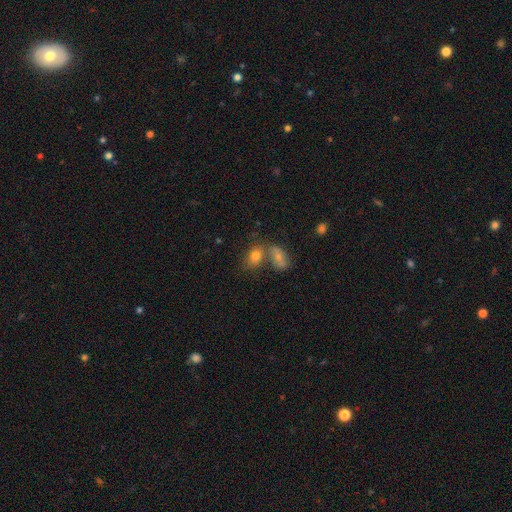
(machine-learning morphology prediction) The model was most divided on "merging": none: 44%, merger: 41%, minor disturbance: 11%, major disturbance: 4%. More confident: smooth or featured — smooth (77%); how rounded — in between (75%).